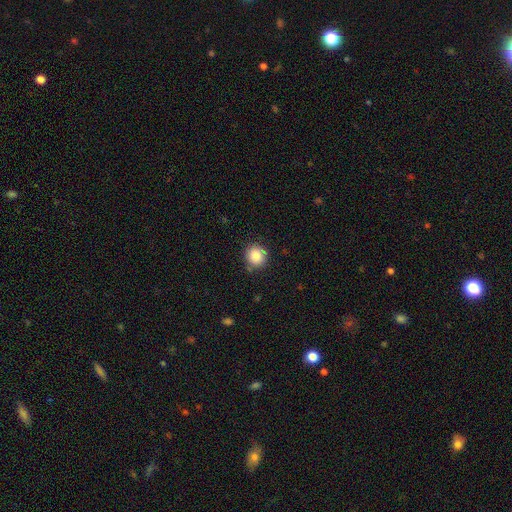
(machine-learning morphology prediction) Q: Smooth or featured?
A: smooth (84%); runner-up: star or artifact (9%)
Q: How rounded?
A: round (90%); runner-up: in between (9%)
Q: Merging?
A: none (83%); runner-up: minor disturbance (12%)